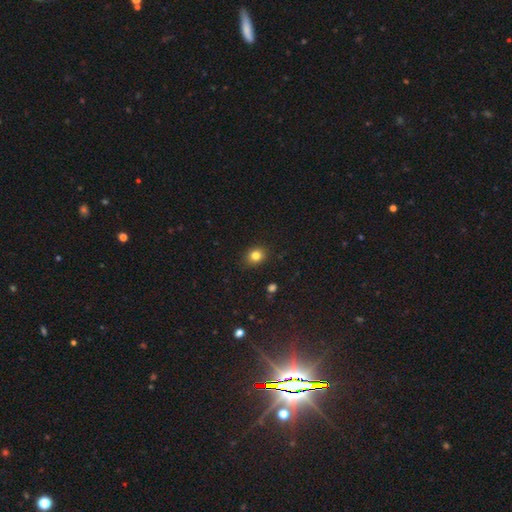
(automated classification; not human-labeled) A smooth galaxy with no disk features (82%) that is round (63%). Merging: none (88%).